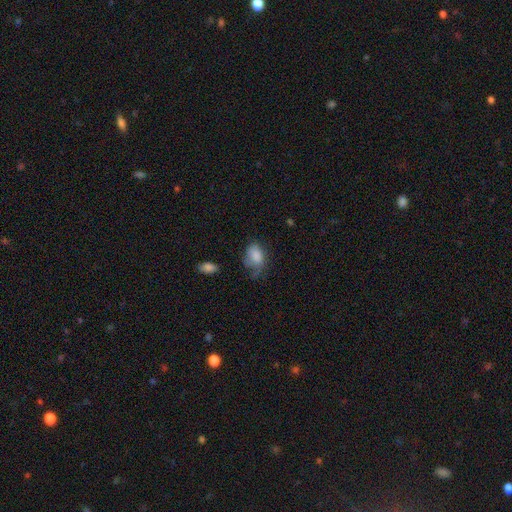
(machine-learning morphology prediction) Smooth or featured: smooth — 78% (featured or disk — 14%)
How rounded: in between — 84% (round — 14%)
Merging: minor disturbance — 33% (tied with none — 33%)